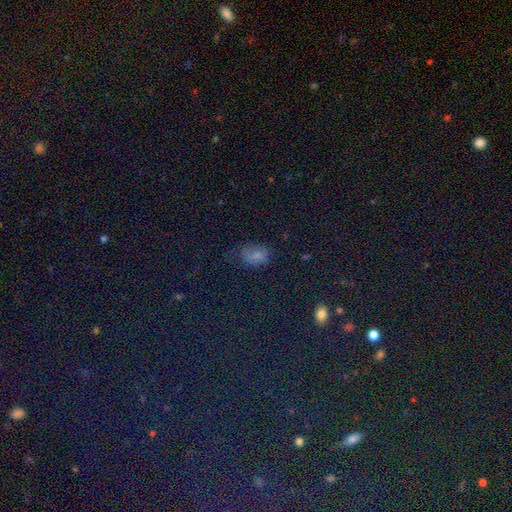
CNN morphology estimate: A smooth galaxy with no disk features (64%) that is in between round and cigar-shaped (77%). Merging: none (51%).